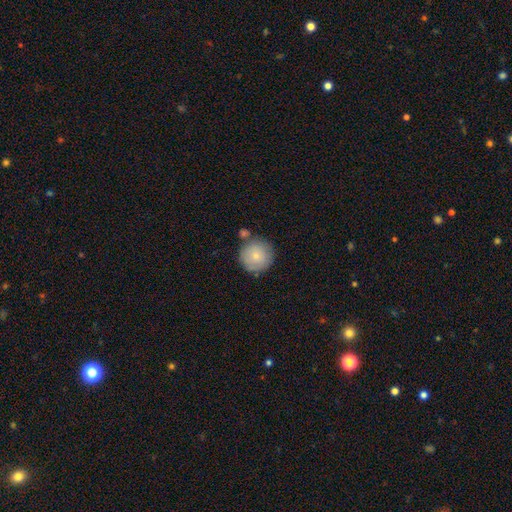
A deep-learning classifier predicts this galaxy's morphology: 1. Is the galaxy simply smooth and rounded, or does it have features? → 79% smooth, 14% featured or disk, 7% star or artifact.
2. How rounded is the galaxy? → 95% round, 4% in between, 1% cigar-shaped.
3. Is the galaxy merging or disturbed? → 75% none, 13% minor disturbance, 9% merger, 4% major disturbance.